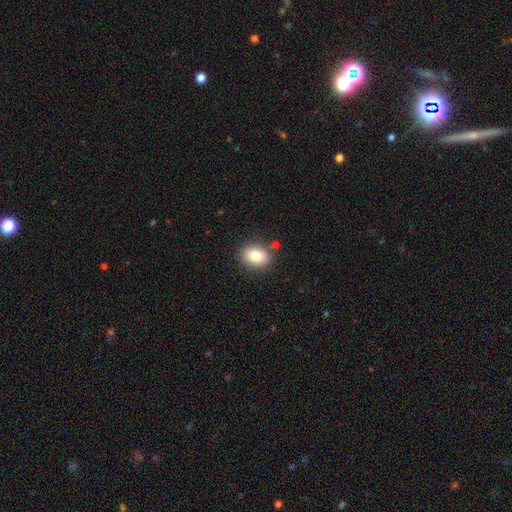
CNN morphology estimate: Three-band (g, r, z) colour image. It shows a smooth galaxy with no disk features (84%) that is in between round and cigar-shaped (65%). Merging: none (82%).